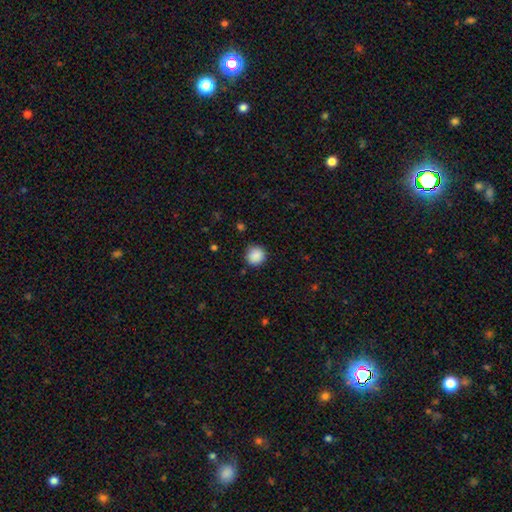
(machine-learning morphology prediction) Smooth or featured? Predicted: smooth (p=0.88). How rounded? Predicted: round (p=0.90). Merging? Predicted: none (p=0.86).